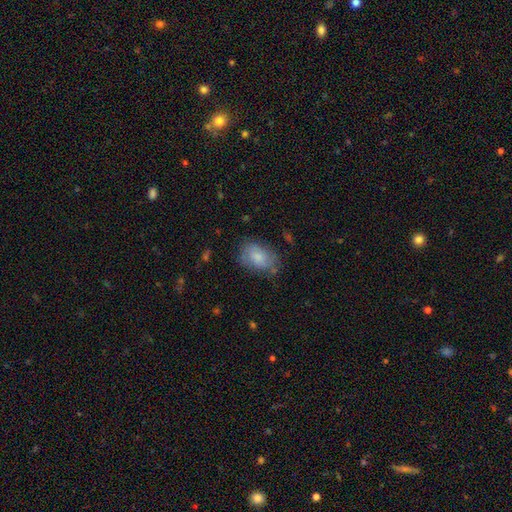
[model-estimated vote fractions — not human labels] Smooth or featured: smooth — 73% (featured or disk — 19%)
How rounded: in between — 84% (round — 15%)
Merging: none — 65% (minor disturbance — 24%)